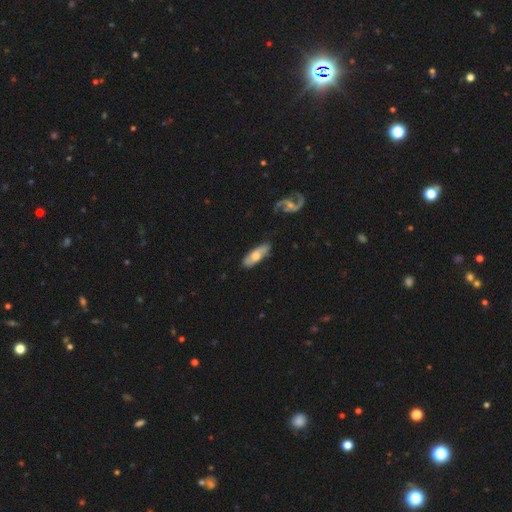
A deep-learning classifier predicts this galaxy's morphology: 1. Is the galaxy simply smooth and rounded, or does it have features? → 47% smooth (tied), 47% featured or disk (tied), 6% star or artifact.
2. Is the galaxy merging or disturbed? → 74% none, 20% minor disturbance, 4% major disturbance, 2% merger.